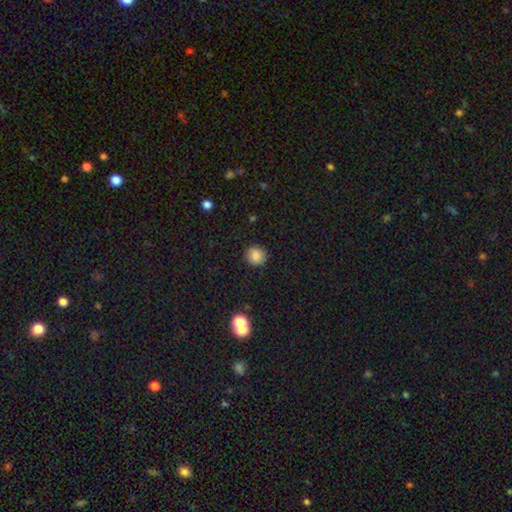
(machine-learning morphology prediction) Smooth or featured?
  - smooth: 85% *
  - star or artifact: 10%
  - featured or disk: 5%
How rounded?
  - round: 91% *
  - in between: 8%
  - cigar-shaped: 1%
Merging?
  - none: 90% *
  - minor disturbance: 6%
  - major disturbance: 2%
  - merger: 2%